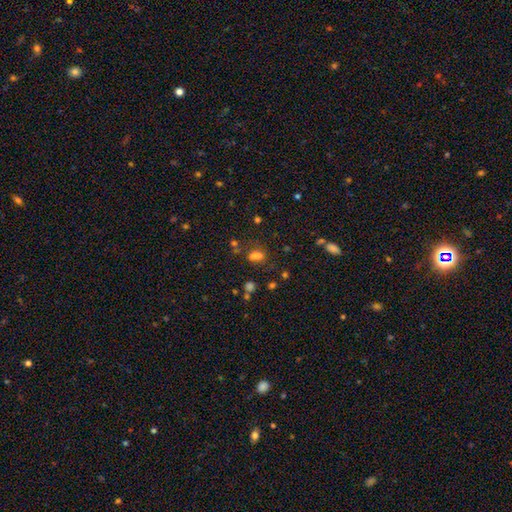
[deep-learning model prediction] Q: Smooth or featured?
A: smooth (67%); runner-up: star or artifact (22%)
Q: How rounded?
A: in between (70%); runner-up: round (26%)
Q: Merging?
A: none (60%); runner-up: minor disturbance (18%)